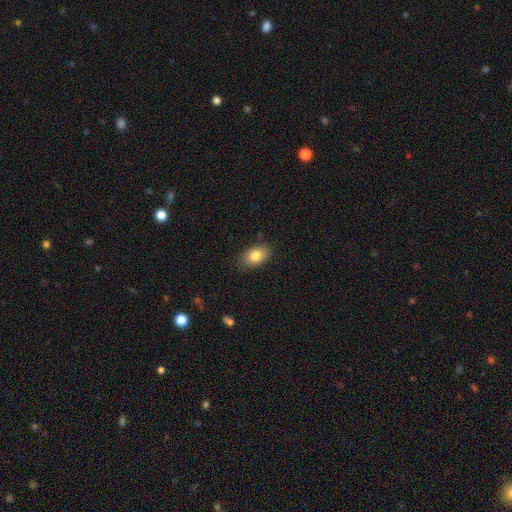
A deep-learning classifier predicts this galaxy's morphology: The model was most divided on "smooth or featured": smooth: 80%, featured or disk: 11%, star or artifact: 8%. More confident: how rounded — in between (87%); merging — none (84%).